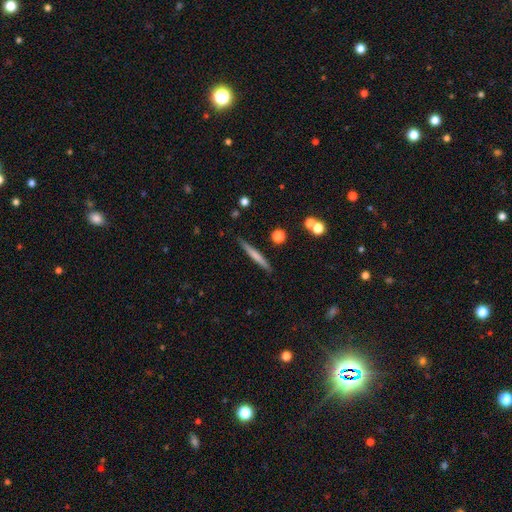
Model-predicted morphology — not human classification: Smooth or featured? smooth (59%)
How rounded? cigar-shaped (96%)
Merging? none (88%)